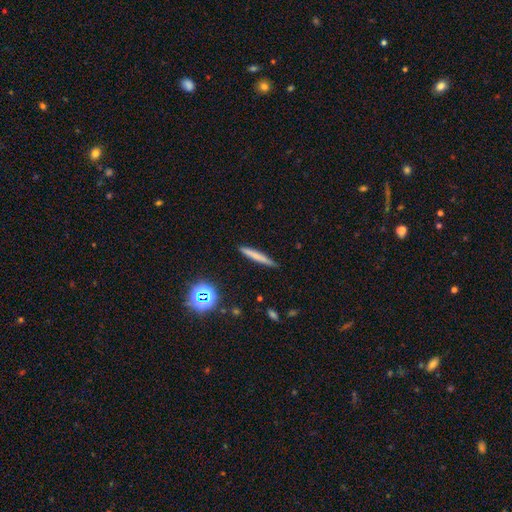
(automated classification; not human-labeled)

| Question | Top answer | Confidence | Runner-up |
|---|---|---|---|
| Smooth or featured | smooth | 66% | featured or disk (24%) |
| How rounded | cigar-shaped | 94% | in between (4%) |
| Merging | none | 87% | minor disturbance (10%) |